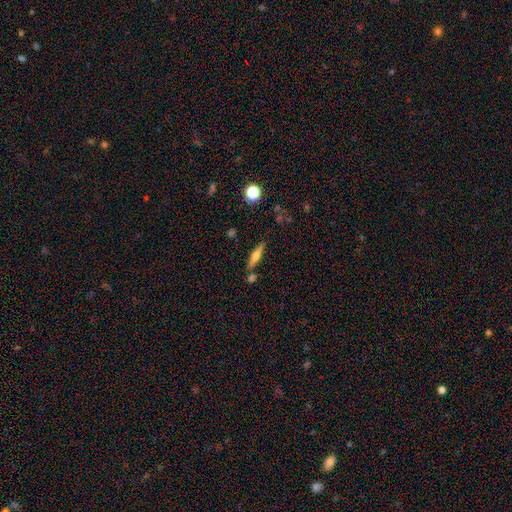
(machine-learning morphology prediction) A featured or disk galaxy (49%).

Vote fractions:
- Smooth or featured? featured or disk: 49% / smooth: 43% / star or artifact: 8%
- Merging? none: 78% / minor disturbance: 10% / merger: 9% / major disturbance: 3%